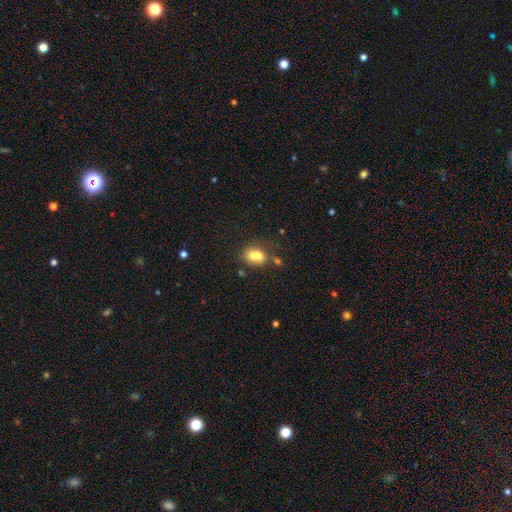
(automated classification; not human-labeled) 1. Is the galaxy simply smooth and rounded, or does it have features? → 70% smooth, 18% featured or disk, 12% star or artifact.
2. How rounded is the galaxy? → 58% in between, 40% round, 2% cigar-shaped.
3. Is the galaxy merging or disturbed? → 51% merger, 31% none, 12% minor disturbance, 6% major disturbance.